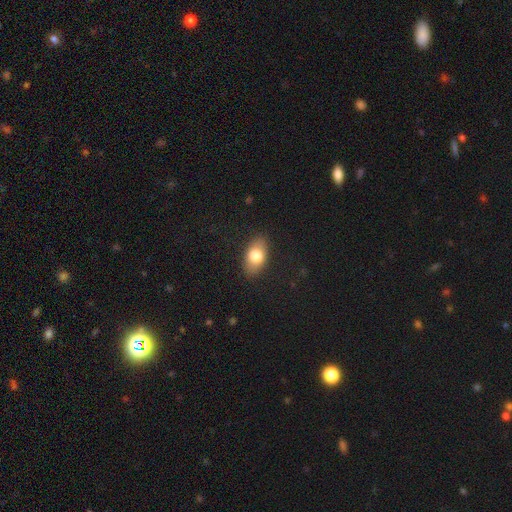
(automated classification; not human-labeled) This appears to be a smooth galaxy with no disk features (77%) that is in between round and cigar-shaped (89%). Merging: none (86%).